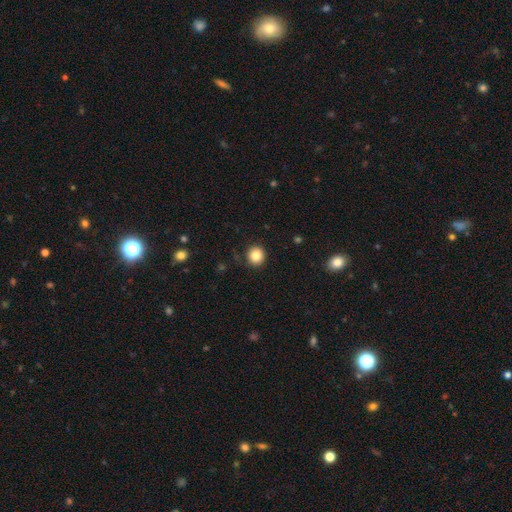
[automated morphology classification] A smooth galaxy with no disk features (85%) that is round (90%).

Vote fractions:
- Smooth or featured? smooth: 85% / star or artifact: 10% / featured or disk: 5%
- How rounded? round: 90% / in between: 9% / cigar-shaped: 1%
- Merging? none: 90% / minor disturbance: 7% / major disturbance: 2% / merger: 1%